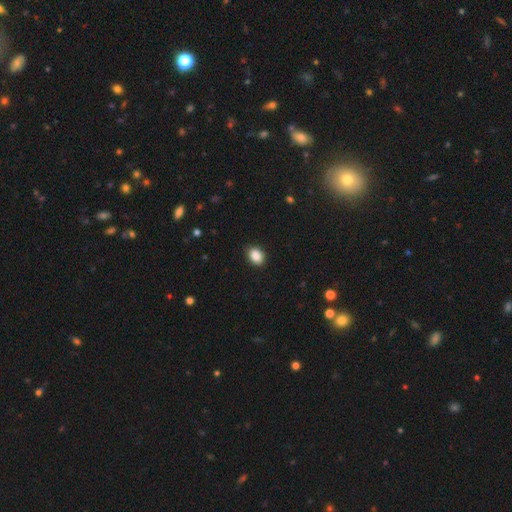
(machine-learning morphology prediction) A smooth galaxy with no disk features (88%) that is in between round and cigar-shaped (73%).

Vote fractions:
- Smooth or featured? smooth: 88% / star or artifact: 8% / featured or disk: 4%
- How rounded? in between: 73% / round: 26% / cigar-shaped: 1%
- Merging? none: 87% / minor disturbance: 10% / major disturbance: 2% / merger: 1%